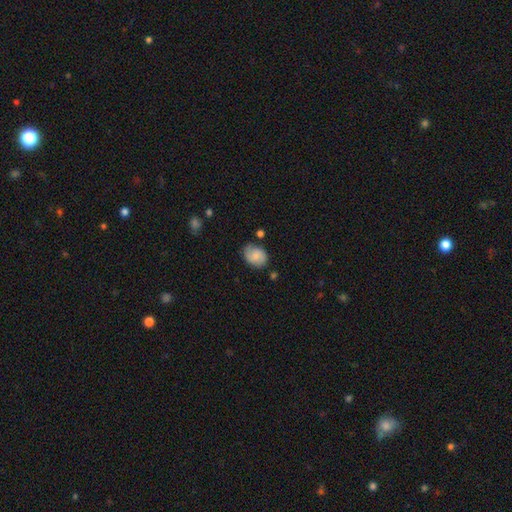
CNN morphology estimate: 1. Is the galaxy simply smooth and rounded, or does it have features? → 63% smooth, 29% featured or disk, 8% star or artifact.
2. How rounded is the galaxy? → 60% in between, 39% round, 1% cigar-shaped.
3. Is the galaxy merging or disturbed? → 70% none, 21% minor disturbance, 5% major disturbance, 3% merger.